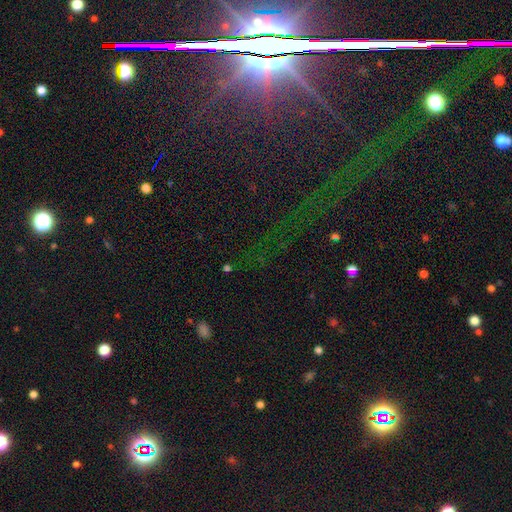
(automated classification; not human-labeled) star or artifact 80%, featured or disk 11%, smooth 9%.